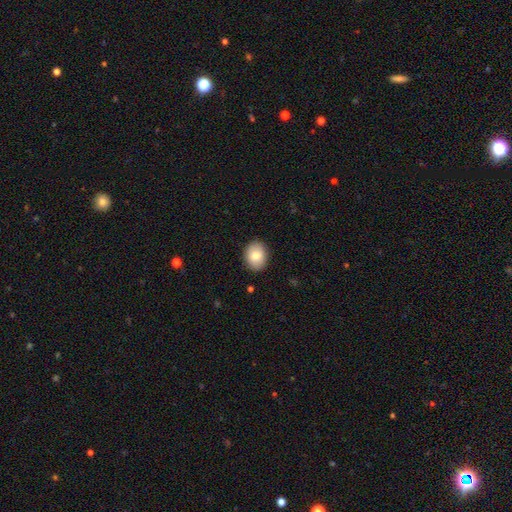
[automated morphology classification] Q: Smooth or featured?
A: smooth (79%); runner-up: featured or disk (13%)
Q: How rounded?
A: in between (60%); runner-up: round (39%)
Q: Merging?
A: none (89%); runner-up: minor disturbance (8%)